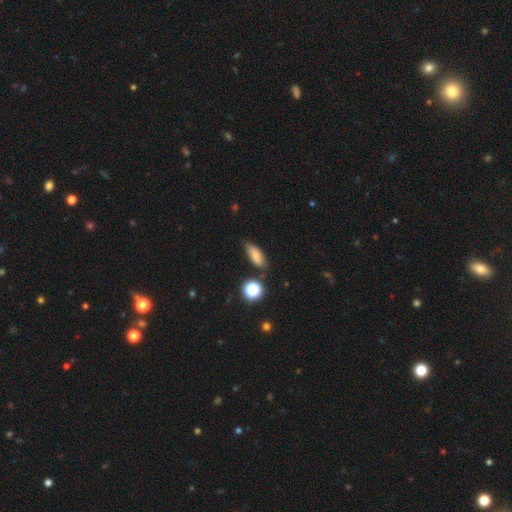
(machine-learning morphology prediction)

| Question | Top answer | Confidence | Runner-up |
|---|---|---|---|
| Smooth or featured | smooth | 80% | star or artifact (11%) |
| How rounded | in between | 71% | cigar-shaped (23%) |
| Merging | none | 76% | minor disturbance (16%) |